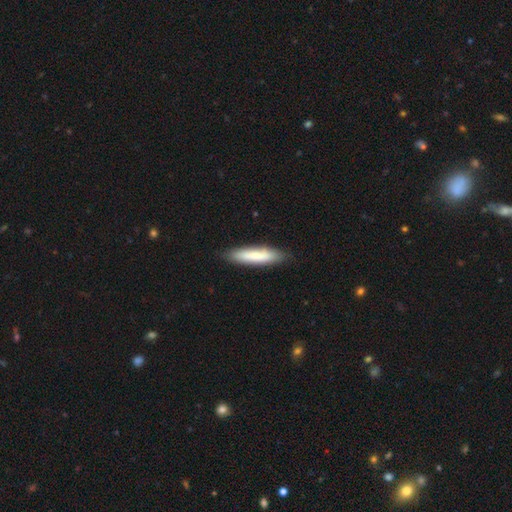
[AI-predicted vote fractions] Morphology: type=smooth (80%); roundness=cigar-shaped (78%); merging=none (85%).